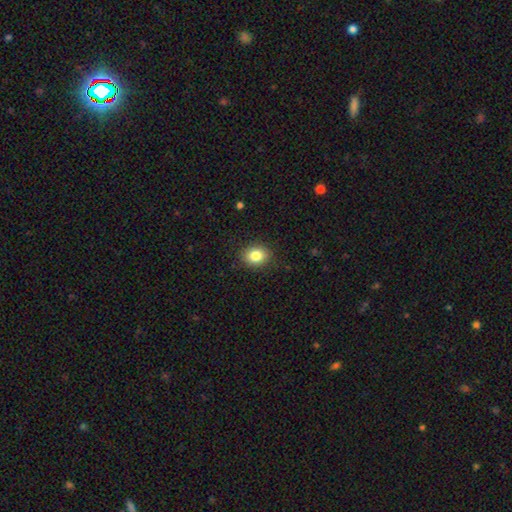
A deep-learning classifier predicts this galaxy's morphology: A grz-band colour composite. It shows a smooth galaxy with no disk features (84%) that is round (53%). Merging: none (88%).